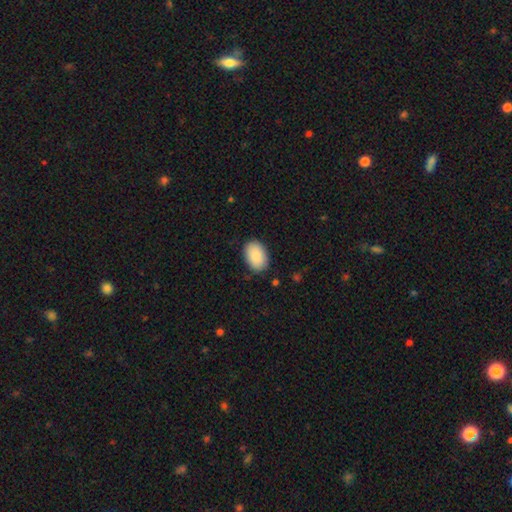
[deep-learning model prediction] This is clearly a smooth galaxy (90%). How rounded: clearly in between (89%). Merging: clearly none (85%).